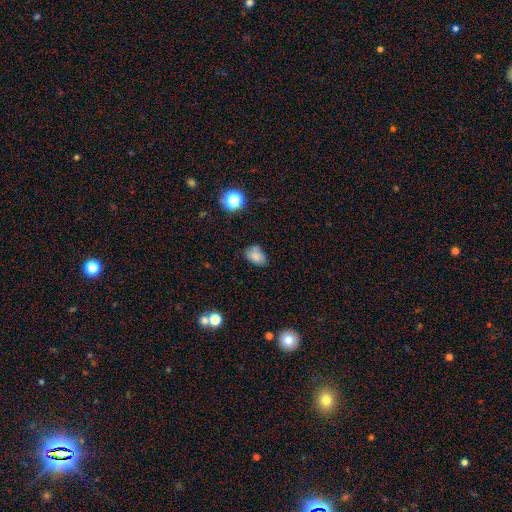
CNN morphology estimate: The model was most divided on "merging": none: 62%, minor disturbance: 26%, merger: 6%, major disturbance: 6%. More confident: how rounded — in between (81%); smooth or featured — smooth (77%).